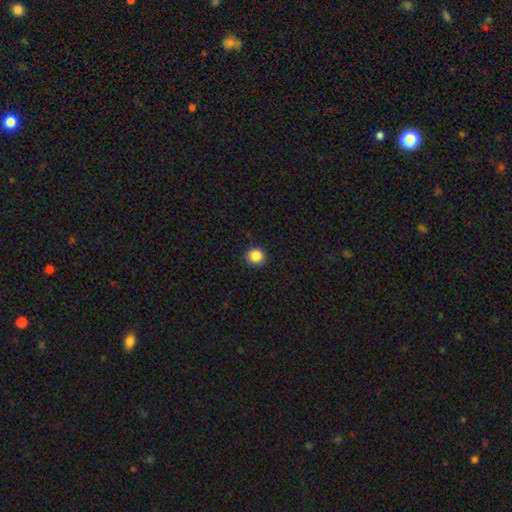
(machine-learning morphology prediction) The model was most divided on "smooth or featured": smooth: 87%, star or artifact: 10%, featured or disk: 3%. More confident: how rounded — round (92%); merging — none (92%).